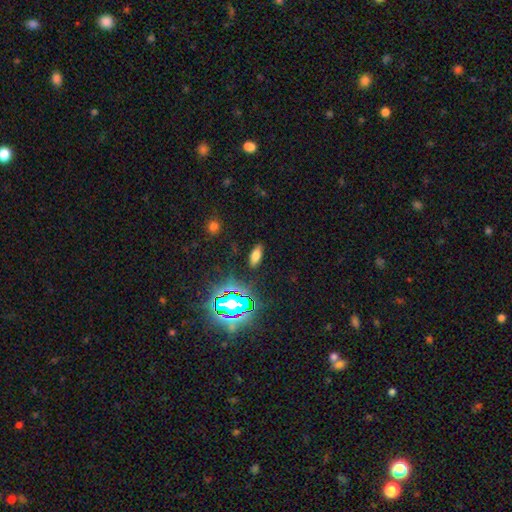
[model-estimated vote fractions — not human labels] Overall: smooth (67%). How rounded: in between (81%). Merging: none (86%).